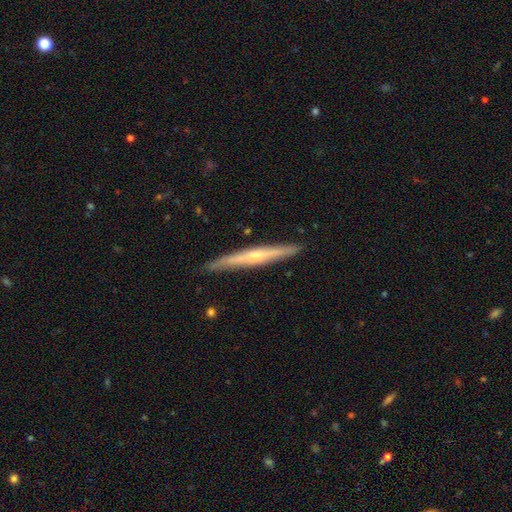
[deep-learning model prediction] Smooth or featured?
  - featured or disk: 67% *
  - smooth: 28%
  - star or artifact: 6%
Edge-on disk?
  - yes: 97% *
  - no: 3%
Edge-on bulge?
  - rounded: 70% *
  - none: 26%
  - boxy: 5%
Merging?
  - none: 90% *
  - minor disturbance: 8%
  - major disturbance: 1%
  - merger: 1%